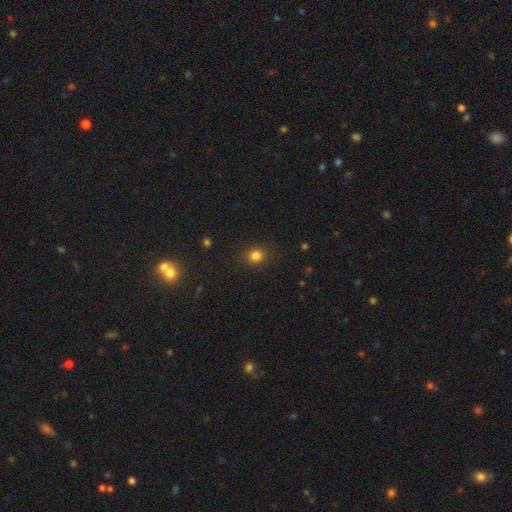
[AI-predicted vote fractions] Overall: smooth (83%). How rounded: round (80%). Merging: none (87%).